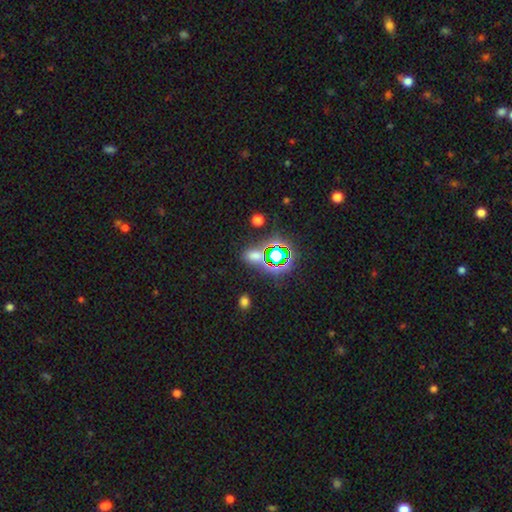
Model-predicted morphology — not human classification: Q: Smooth or featured?
A: star or artifact (48%); runner-up: smooth (43%)